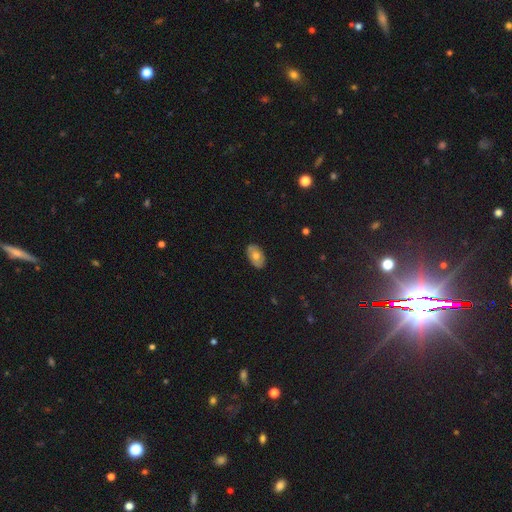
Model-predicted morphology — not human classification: Smooth or featured? Predicted: smooth (p=0.67). How rounded? Predicted: in between (p=0.93). Merging? Predicted: none (p=0.86).